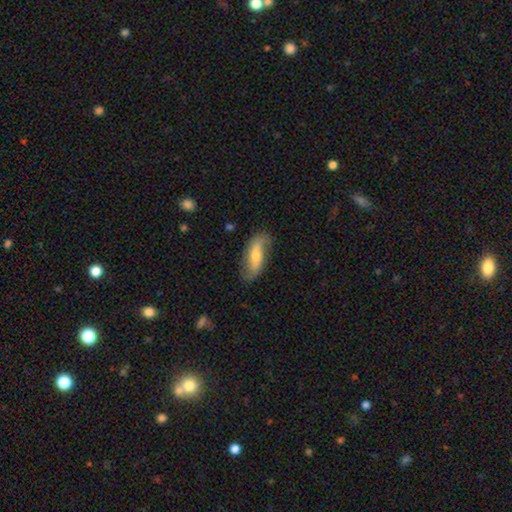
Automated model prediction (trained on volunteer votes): This is possibly a featured or disk galaxy (56%). It is clearly not viewed edge-on (83%). Merging: likely none (74%).